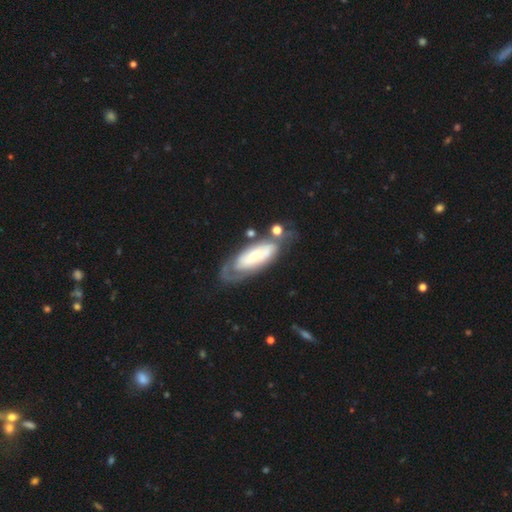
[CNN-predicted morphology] featured or disk 61%, smooth 31%, star or artifact 8%. Down the decision tree: edge-on disk — no (80%); merging — none (62%).